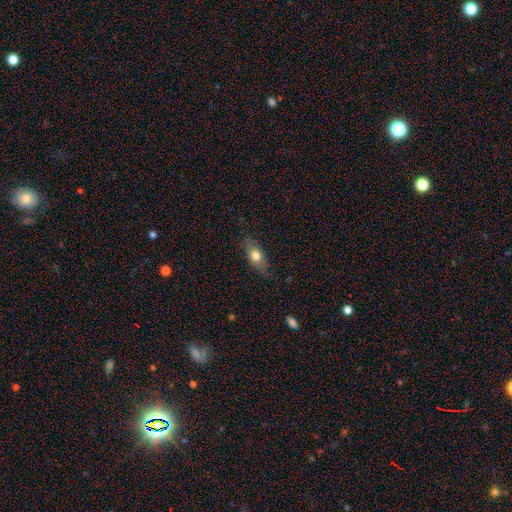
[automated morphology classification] Q: Smooth or featured?
A: smooth (68%); runner-up: featured or disk (25%)
Q: How rounded?
A: in between (77%); runner-up: cigar-shaped (14%)
Q: Merging?
A: none (79%); runner-up: minor disturbance (16%)